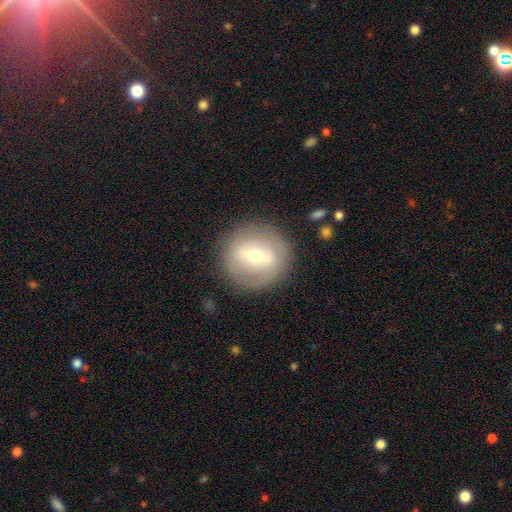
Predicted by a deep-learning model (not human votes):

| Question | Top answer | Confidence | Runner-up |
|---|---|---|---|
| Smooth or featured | featured or disk | 52% | smooth (40%) |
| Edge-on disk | no | 88% | yes (12%) |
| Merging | none | 85% | minor disturbance (9%) |